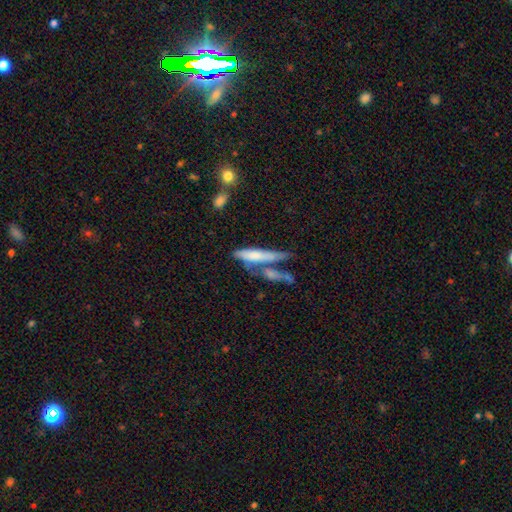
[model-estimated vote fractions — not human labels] Smooth or featured? Predicted: smooth (p=0.63). How rounded? Predicted: cigar-shaped (p=0.79). Merging? Predicted: none (p=0.41).